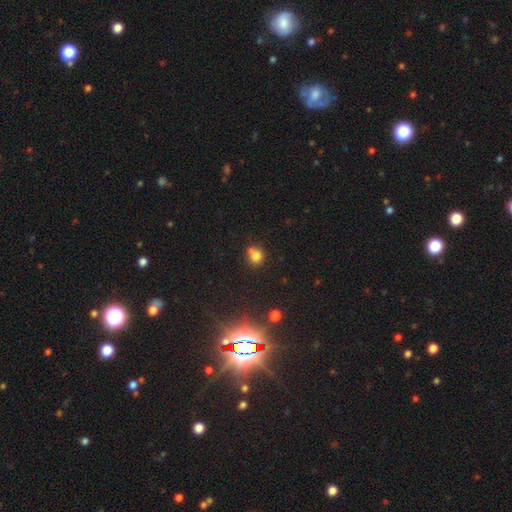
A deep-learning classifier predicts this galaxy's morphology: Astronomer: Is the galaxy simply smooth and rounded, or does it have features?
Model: smooth — 76%.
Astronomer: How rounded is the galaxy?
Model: round — 77%.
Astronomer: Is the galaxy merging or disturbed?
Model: none — 51% (runner-up: merger, 32%).